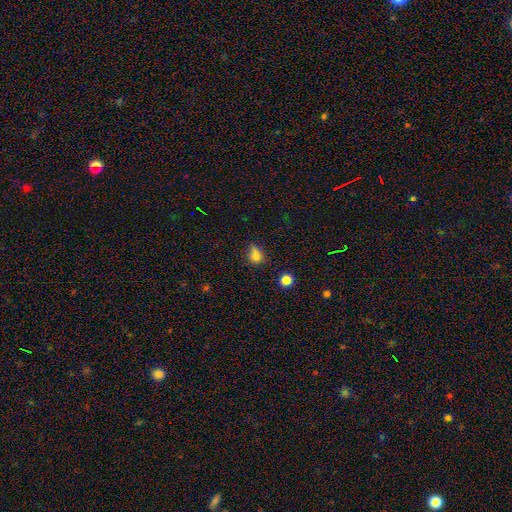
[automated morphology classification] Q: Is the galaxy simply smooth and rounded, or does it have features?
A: smooth — 75%.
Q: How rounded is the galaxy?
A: round — 58%.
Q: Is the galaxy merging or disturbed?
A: none — 48%.